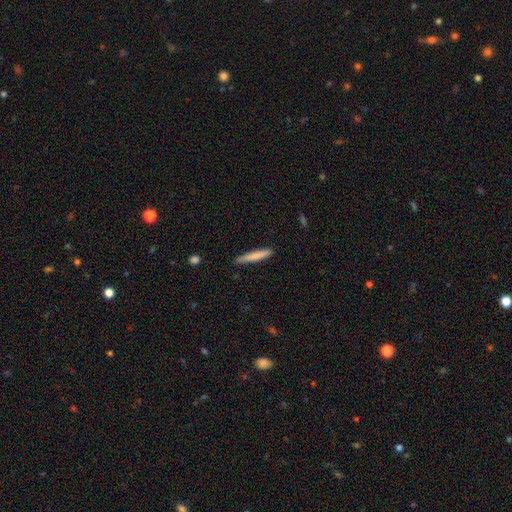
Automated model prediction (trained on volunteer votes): Overall: smooth (76%). How rounded: cigar-shaped (95%). Merging: none (85%).